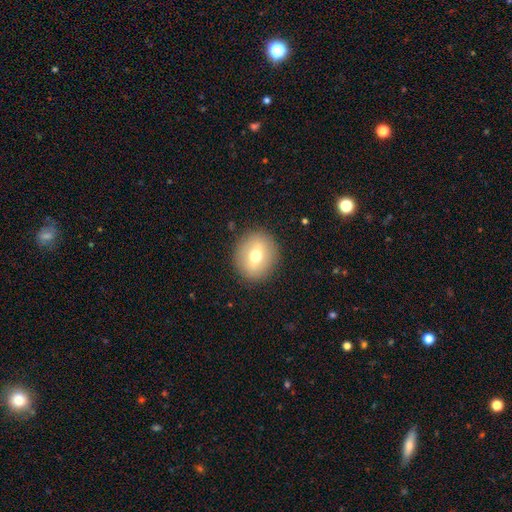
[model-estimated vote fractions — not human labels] This is likely a smooth galaxy (60%). How rounded: clearly round (81%). Merging: clearly none (88%).